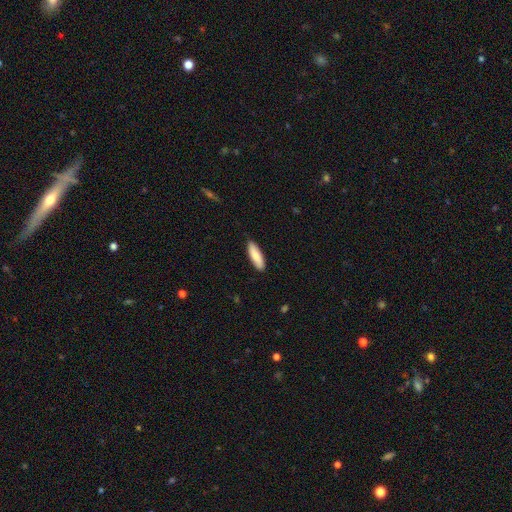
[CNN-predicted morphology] Smooth or featured? Predicted: smooth (p=0.83). How rounded? Predicted: cigar-shaped (p=0.54). Merging? Predicted: none (p=0.88).